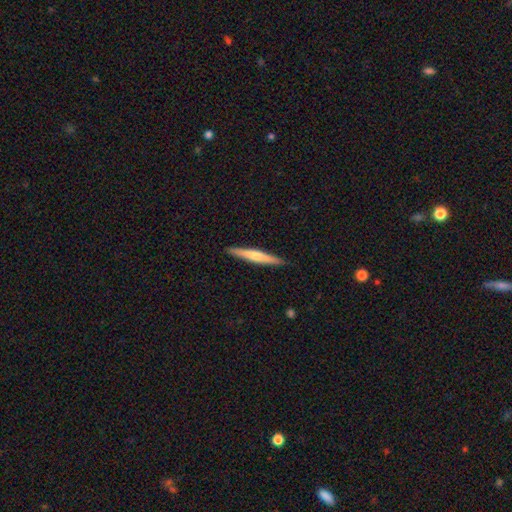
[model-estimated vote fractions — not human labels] Smooth or featured?
  - smooth: 50% *
  - featured or disk: 45%
  - star or artifact: 5%
Merging?
  - none: 91% *
  - minor disturbance: 7%
  - major disturbance: 1%
  - merger: 1%